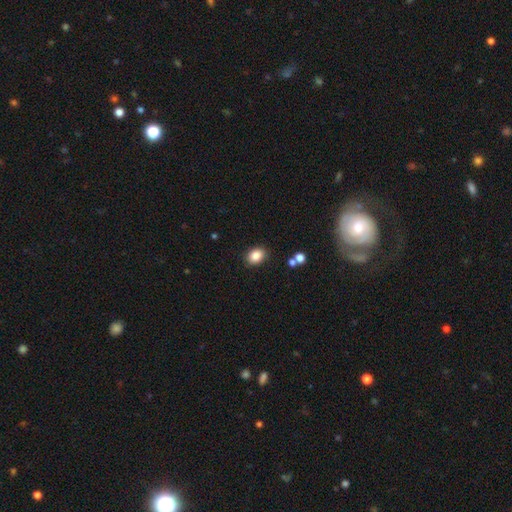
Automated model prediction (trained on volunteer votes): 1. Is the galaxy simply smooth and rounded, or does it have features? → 86% smooth, 9% star or artifact, 5% featured or disk.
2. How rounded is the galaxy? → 71% in between, 28% round, 1% cigar-shaped.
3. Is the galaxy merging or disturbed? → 86% none, 9% minor disturbance, 3% major disturbance, 2% merger.